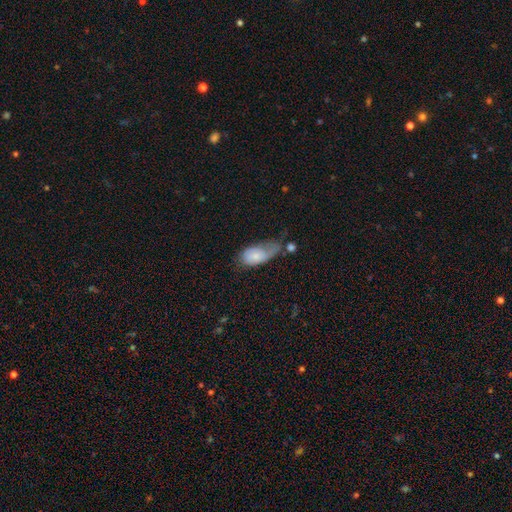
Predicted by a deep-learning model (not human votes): This is likely a smooth galaxy (67%). How rounded: clearly in between (91%). Merging: marginally major disturbance (33%).